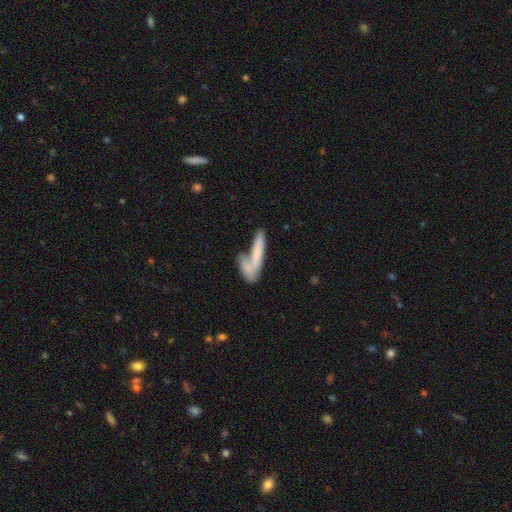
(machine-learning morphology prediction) Smooth or featured? smooth (62%)
How rounded? cigar-shaped (75%)
Merging? merger (44%)